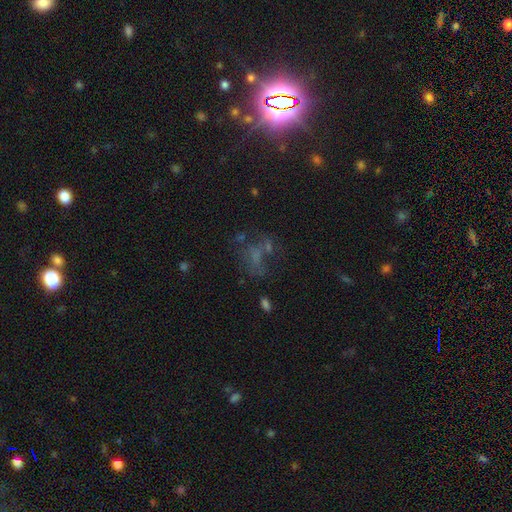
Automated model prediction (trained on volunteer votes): This is marginally a featured or disk galaxy (36%). Merging: marginally none (37%).